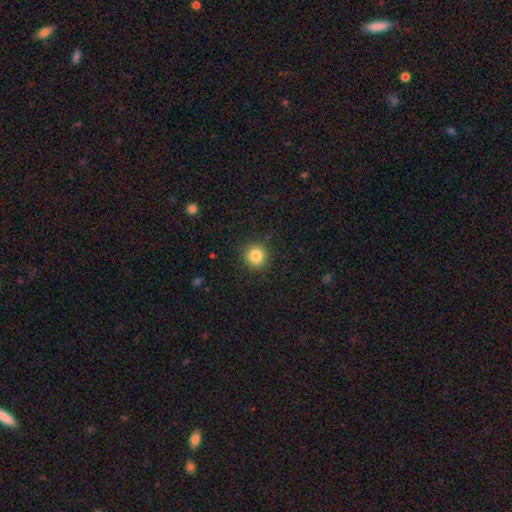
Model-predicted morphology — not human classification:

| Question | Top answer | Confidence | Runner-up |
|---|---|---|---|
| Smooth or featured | smooth | 83% | star or artifact (11%) |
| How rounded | round | 94% | in between (5%) |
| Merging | none | 90% | minor disturbance (7%) |